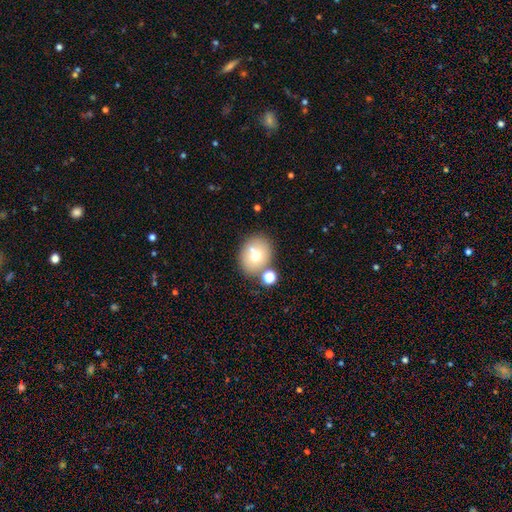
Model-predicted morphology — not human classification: Smooth or featured? Predicted: smooth (p=0.67). How rounded? Predicted: round (p=0.58). Merging? Predicted: none (p=0.68).